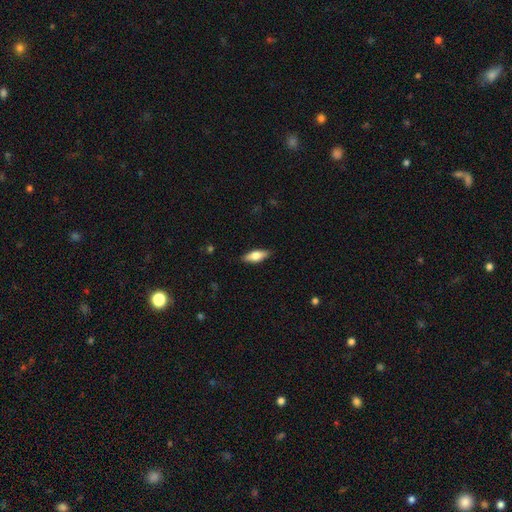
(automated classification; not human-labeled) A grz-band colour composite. It shows a smooth galaxy with no disk features (67%) that is in between round and cigar-shaped (69%). Merging: none (88%).